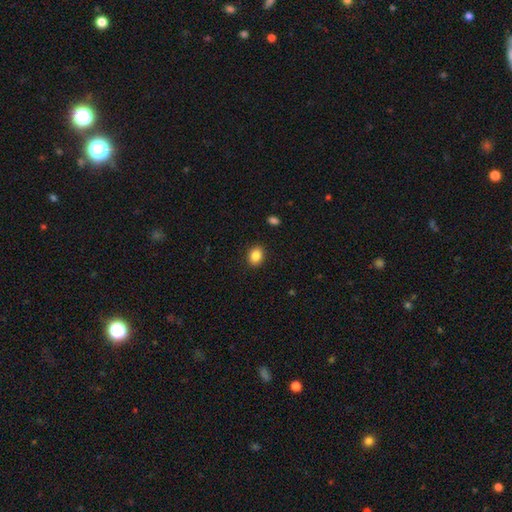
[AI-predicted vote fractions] Smooth or featured? Predicted: smooth (p=0.86). How rounded? Predicted: in between (p=0.51). Merging? Predicted: none (p=0.90).